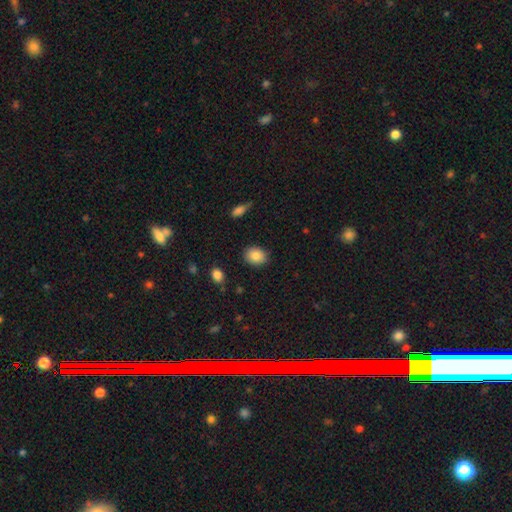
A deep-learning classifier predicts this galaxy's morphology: Q: Smooth or featured?
A: smooth (87%); runner-up: star or artifact (8%)
Q: How rounded?
A: in between (59%); runner-up: round (40%)
Q: Merging?
A: none (88%); runner-up: minor disturbance (9%)